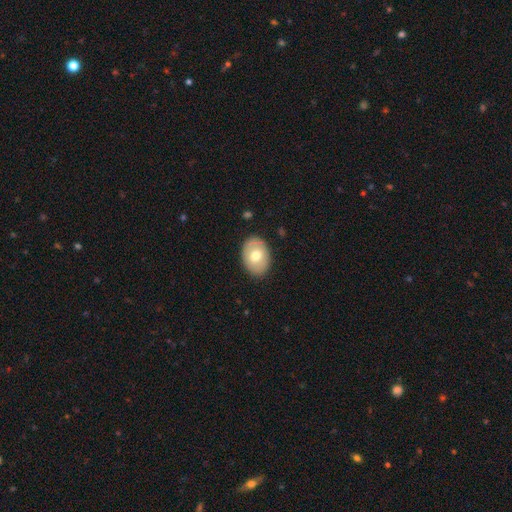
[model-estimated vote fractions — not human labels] Smooth or featured?
  - smooth: 68% *
  - featured or disk: 25%
  - star or artifact: 6%
How rounded?
  - in between: 76% *
  - round: 23%
  - cigar-shaped: 1%
Merging?
  - none: 86% *
  - minor disturbance: 10%
  - major disturbance: 2%
  - merger: 1%